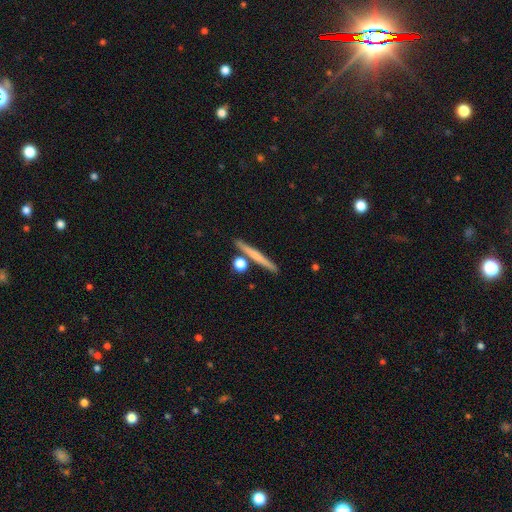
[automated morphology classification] type=smooth (57%); roundness=cigar-shaped (89%); merging=none (82%).